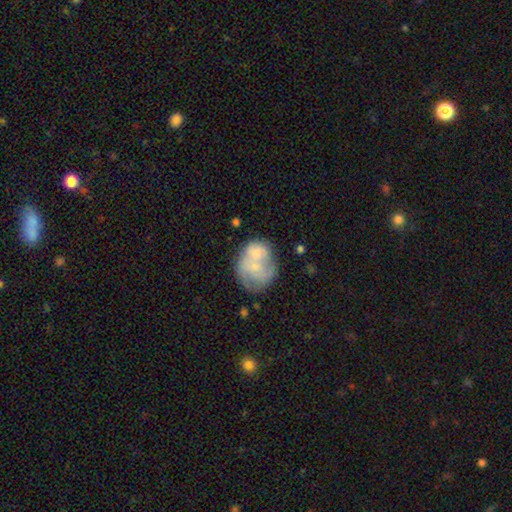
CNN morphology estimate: Smooth or featured: smooth — 51% (featured or disk — 42%)
How rounded: round — 66% (in between — 33%)
Merging: merger — 42% (none — 30%)